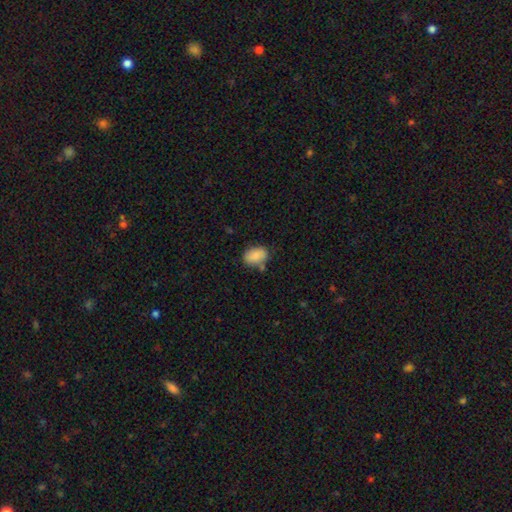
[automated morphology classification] A smooth galaxy with no disk features (84%) that is in between round and cigar-shaped (81%).

Vote fractions:
- Smooth or featured? smooth: 84% / featured or disk: 8% / star or artifact: 8%
- How rounded? in between: 81% / round: 17% / cigar-shaped: 1%
- Merging? none: 65% / minor disturbance: 20% / merger: 10% / major disturbance: 4%